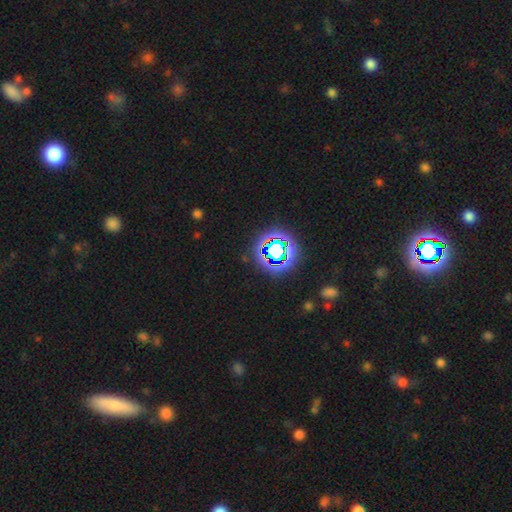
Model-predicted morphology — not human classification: Smooth or featured? star or artifact (75%)